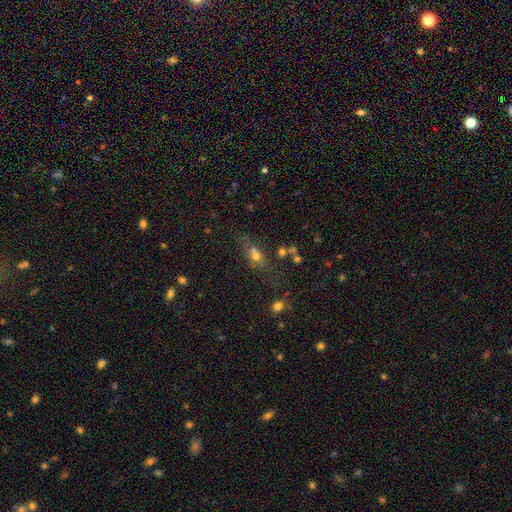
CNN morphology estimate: smooth-or-featured: smooth: 59% | featured or disk: 22% | star or artifact: 19%
  how-rounded: in between: 48% | round: 37% | cigar-shaped: 15%
  merging: none: 39% | merger: 38% | minor disturbance: 13% | major disturbance: 10%